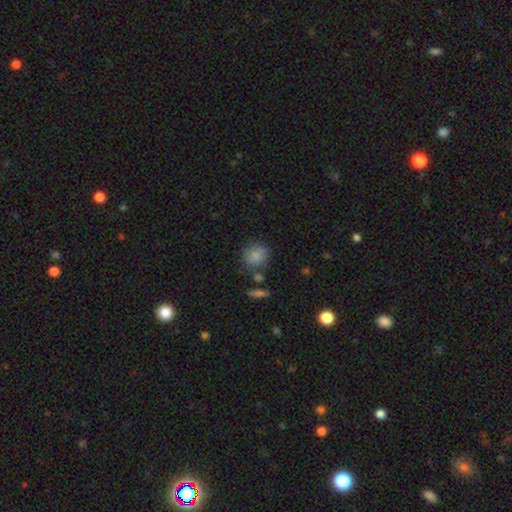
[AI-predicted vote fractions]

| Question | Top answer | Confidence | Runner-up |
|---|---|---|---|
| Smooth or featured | smooth | 83% | star or artifact (9%) |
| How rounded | round | 79% | in between (19%) |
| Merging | none | 70% | minor disturbance (16%) |